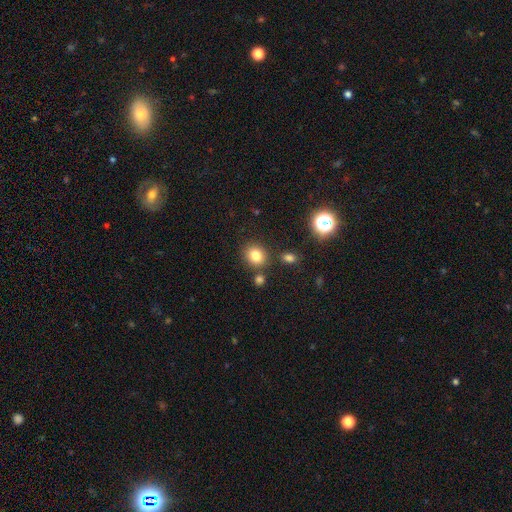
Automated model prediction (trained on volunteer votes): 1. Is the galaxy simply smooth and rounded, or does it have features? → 81% smooth, 13% star or artifact, 7% featured or disk.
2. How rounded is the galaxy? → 73% round, 26% in between, 1% cigar-shaped.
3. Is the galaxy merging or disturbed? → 79% none, 10% minor disturbance, 8% merger, 3% major disturbance.